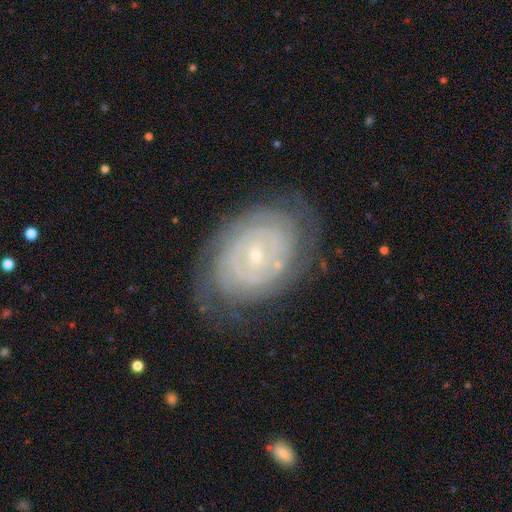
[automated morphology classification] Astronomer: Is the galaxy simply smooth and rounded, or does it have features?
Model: featured or disk — 81%.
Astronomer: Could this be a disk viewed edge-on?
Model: no — 96%.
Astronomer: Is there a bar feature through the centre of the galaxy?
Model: no — 68%.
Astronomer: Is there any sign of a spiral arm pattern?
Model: yes — 91%.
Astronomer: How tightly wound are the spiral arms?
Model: tight — 84%.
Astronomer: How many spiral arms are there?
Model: can't tell — 45% (runner-up: 2, 21%).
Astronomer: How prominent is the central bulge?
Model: small — 82%.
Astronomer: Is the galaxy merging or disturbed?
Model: none — 75%.